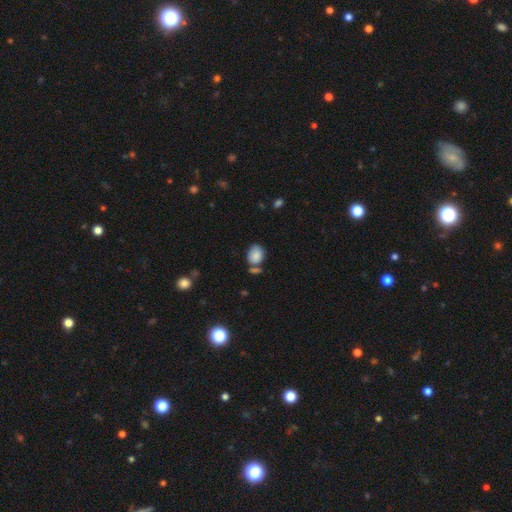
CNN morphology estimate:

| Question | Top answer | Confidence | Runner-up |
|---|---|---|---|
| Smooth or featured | smooth | 85% | star or artifact (8%) |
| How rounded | in between | 60% | round (39%) |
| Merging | none | 60% | merger (18%) |